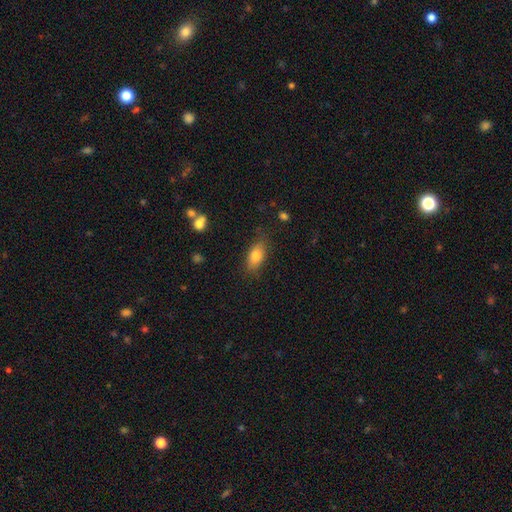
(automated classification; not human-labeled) This is likely a smooth galaxy (80%). How rounded: clearly in between (85%). Merging: likely none (77%).